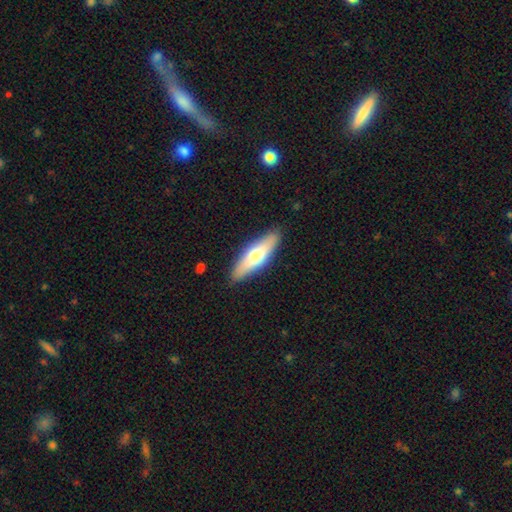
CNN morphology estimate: The model was most divided on "how rounded": cigar-shaped: 57%, in between: 41%, round: 2%. More confident: merging — none (88%); smooth or featured — smooth (57%).